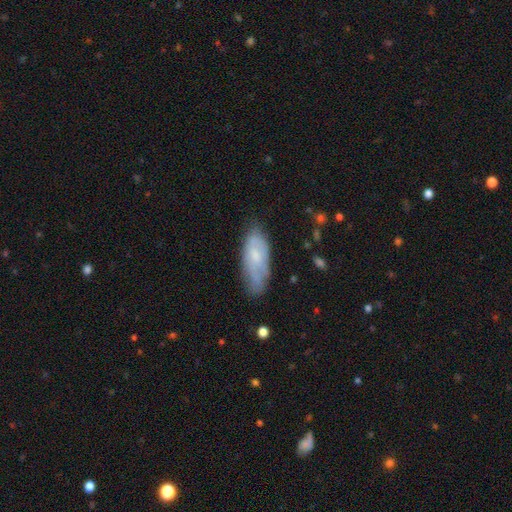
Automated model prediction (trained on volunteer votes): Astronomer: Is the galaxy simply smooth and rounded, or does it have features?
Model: smooth — 54% (runner-up: featured or disk, 39%).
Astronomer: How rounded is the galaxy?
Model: in between — 75%.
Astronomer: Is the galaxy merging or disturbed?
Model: none — 63%.